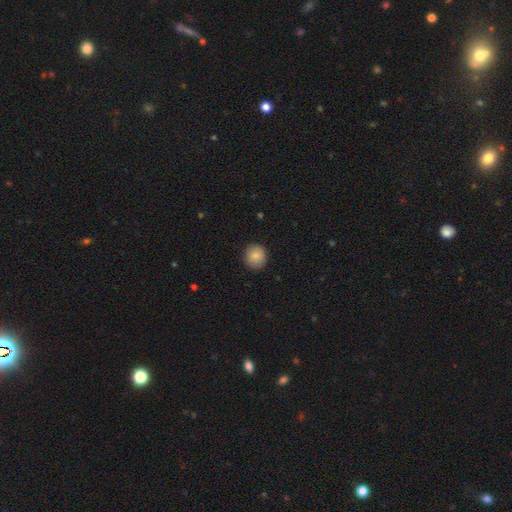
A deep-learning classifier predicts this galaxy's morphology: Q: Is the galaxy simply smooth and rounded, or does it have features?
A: smooth — 86%.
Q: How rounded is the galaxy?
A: round — 87%.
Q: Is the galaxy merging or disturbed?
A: none — 90%.